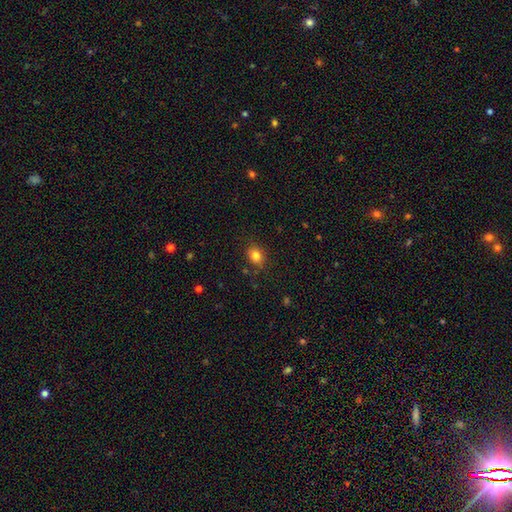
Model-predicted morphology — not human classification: type=smooth (83%); roundness=round (55%); merging=none (84%).